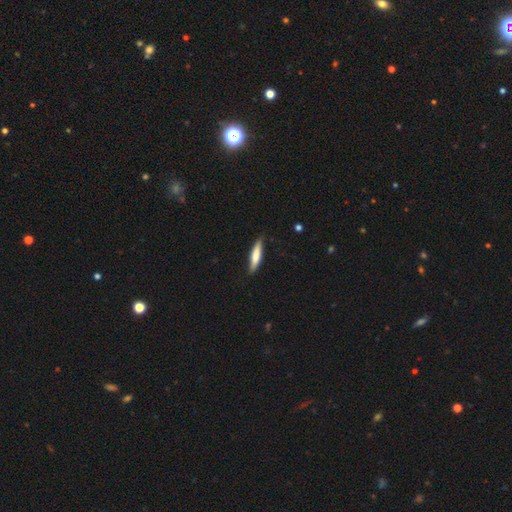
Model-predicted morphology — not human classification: Smooth or featured: smooth — 70% (featured or disk — 25%)
How rounded: cigar-shaped — 80% (in between — 18%)
Merging: none — 81% (minor disturbance — 16%)